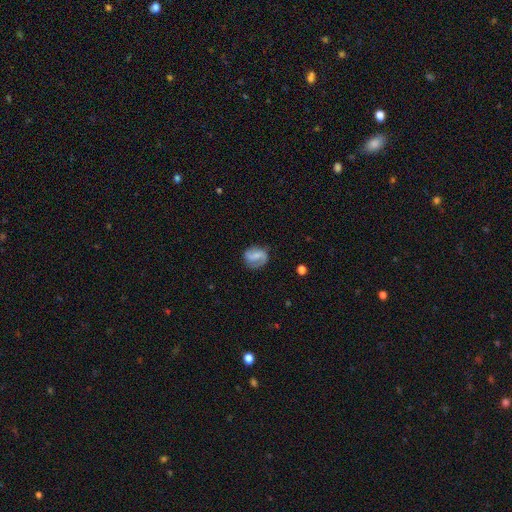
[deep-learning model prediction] This appears to be a featured or disk galaxy (67%) with a weak bar (46%), 2 (79%) medium (43%) spiral arms (92%) and a small central bulge (42%). Merging: none (72%).